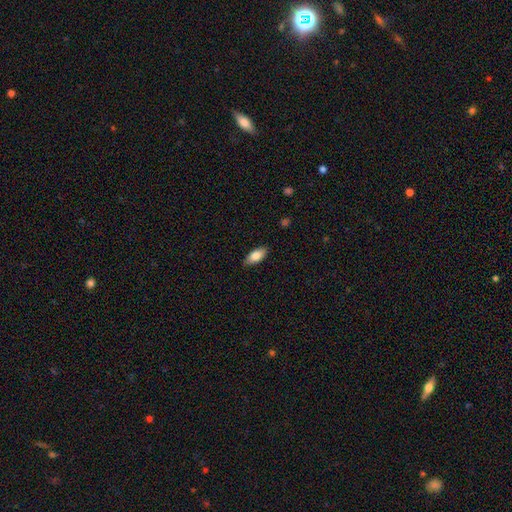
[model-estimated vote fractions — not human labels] A smooth galaxy with no disk features (81%) that is in between round and cigar-shaped (87%). Merging: none (86%).